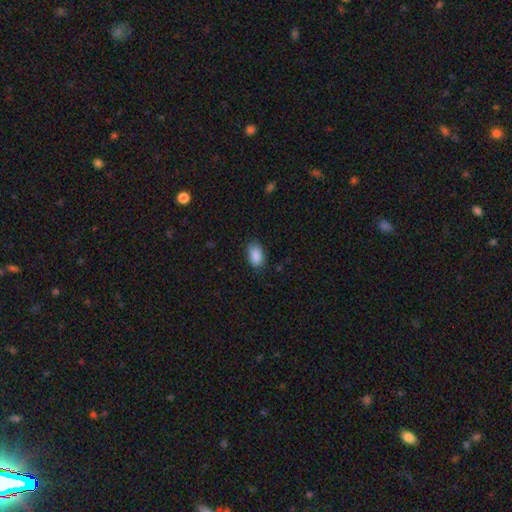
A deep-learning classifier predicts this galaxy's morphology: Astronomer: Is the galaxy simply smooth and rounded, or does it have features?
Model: smooth — 89%.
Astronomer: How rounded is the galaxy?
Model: in between — 92%.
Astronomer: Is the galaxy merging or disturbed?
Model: none — 81%.